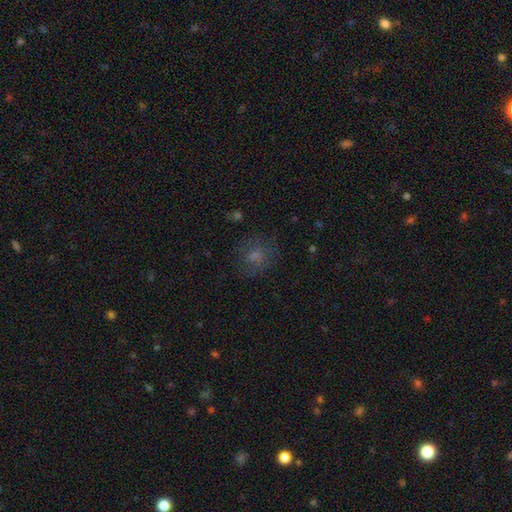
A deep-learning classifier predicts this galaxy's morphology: type=smooth (63%); roundness=round (66%); merging=none (66%).